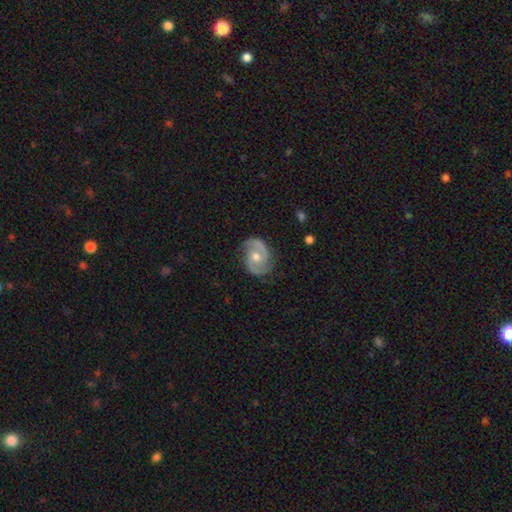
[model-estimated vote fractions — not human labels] smooth-or-featured: featured or disk: 87% | smooth: 8% | star or artifact: 5%
  disk-edge-on: no: 98% | yes: 2%
    bar: no: 61% | weak: 32% | strong: 7%
    has-spiral-arms: yes: 96% | no: 4%
      spiral-winding: medium: 52% | tight: 32% | loose: 16%
      spiral-arm-count: 2: 92% | can't tell: 3% | 1: 2% | 3: 1% | 4: 1% | more than 4: 1%
    bulge-size: moderate: 74% | small: 20% | large: 4% | none: 1% | dominant: 1%
  merging: none: 81% | minor disturbance: 14% | major disturbance: 4% | merger: 1%